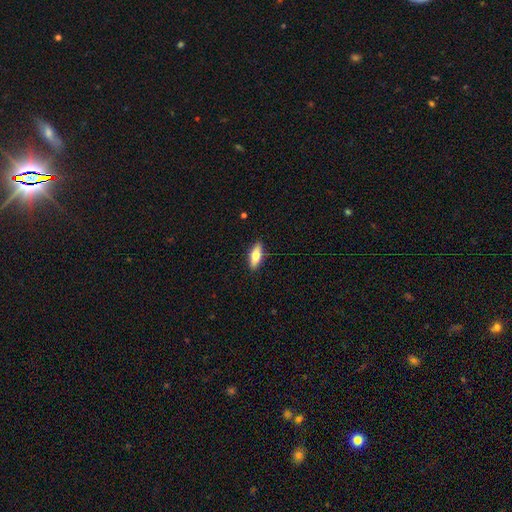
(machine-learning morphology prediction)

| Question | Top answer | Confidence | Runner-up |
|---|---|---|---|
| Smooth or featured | smooth | 66% | featured or disk (28%) |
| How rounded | in between | 66% | cigar-shaped (31%) |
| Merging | none | 88% | minor disturbance (9%) |